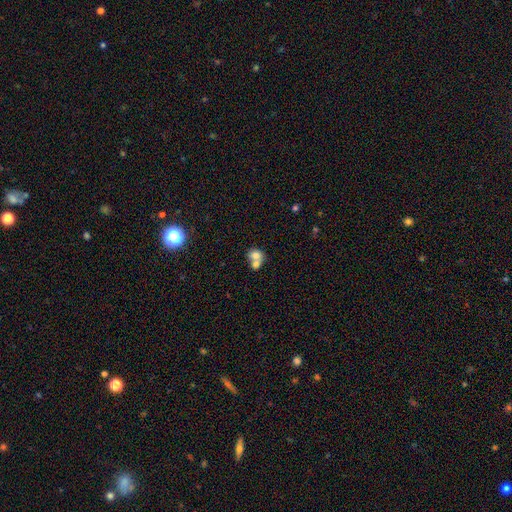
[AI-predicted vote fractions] Q: Smooth or featured?
A: smooth (72%); runner-up: featured or disk (18%)
Q: How rounded?
A: round (62%); runner-up: in between (38%)
Q: Merging?
A: merger (65%); runner-up: none (25%)